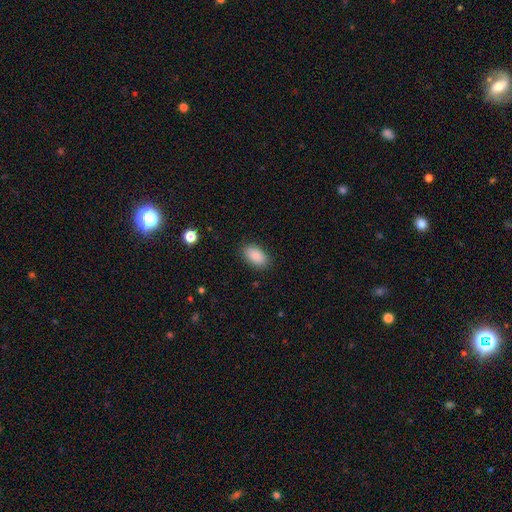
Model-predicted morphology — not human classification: A smooth galaxy with no disk features (87%) that is in between round and cigar-shaped (93%).

Vote fractions:
- Smooth or featured? smooth: 87% / star or artifact: 7% / featured or disk: 6%
- How rounded? in between: 93% / round: 6% / cigar-shaped: 2%
- Merging? none: 87% / minor disturbance: 10% / major disturbance: 3% / merger: 1%